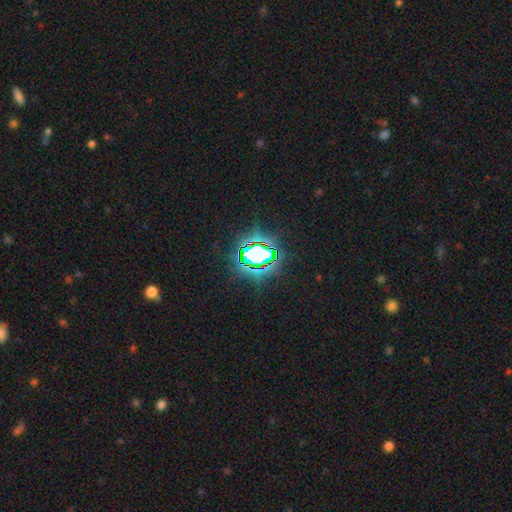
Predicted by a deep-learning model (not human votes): Smooth or featured: star or artifact — 80% (smooth — 13%)